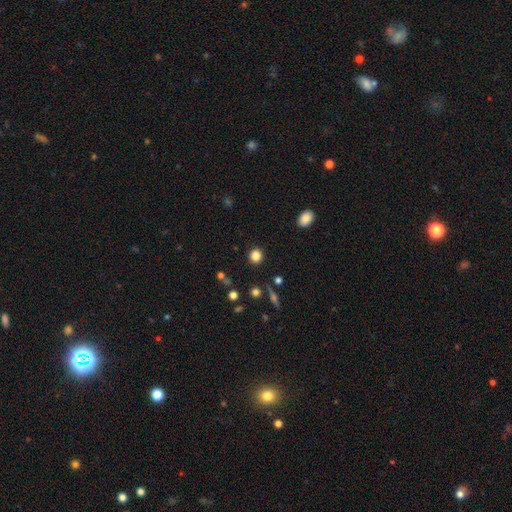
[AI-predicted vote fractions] Overall: smooth (83%). How rounded: round (89%). Merging: none (90%).